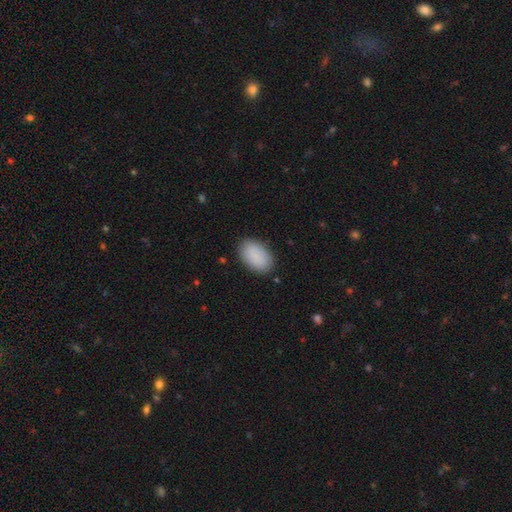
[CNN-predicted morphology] This appears to be a smooth galaxy with no disk features (89%) that is in between round and cigar-shaped (93%). Merging: none (86%).